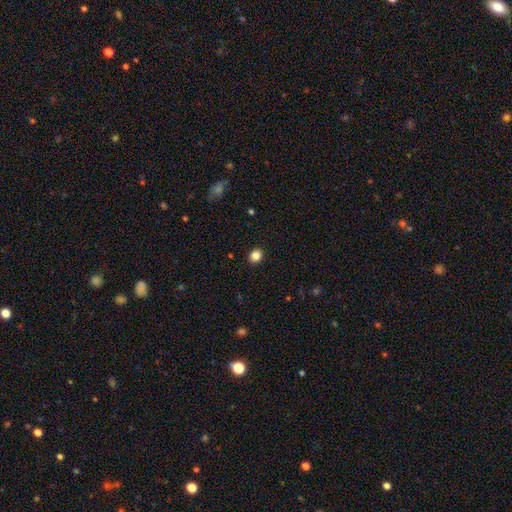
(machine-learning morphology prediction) A smooth galaxy with no disk features (85%) that is round (68%).

Vote fractions:
- Smooth or featured? smooth: 85% / star or artifact: 11% / featured or disk: 4%
- How rounded? round: 68% / in between: 31% / cigar-shaped: 1%
- Merging? none: 91% / minor disturbance: 6% / major disturbance: 2% / merger: 1%